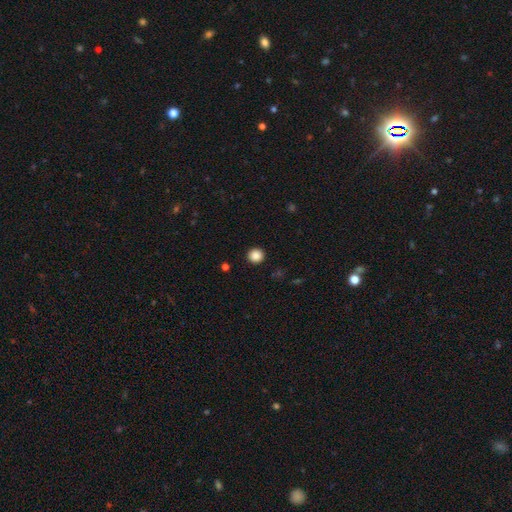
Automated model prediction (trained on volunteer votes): Smooth or featured: smooth — 87% (star or artifact — 10%)
How rounded: round — 93% (in between — 6%)
Merging: none — 93% (minor disturbance — 4%)